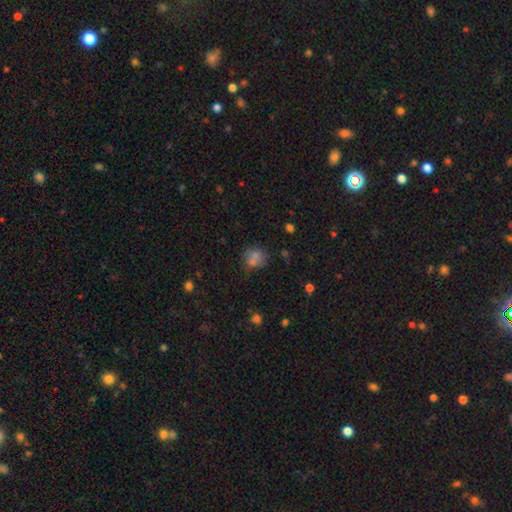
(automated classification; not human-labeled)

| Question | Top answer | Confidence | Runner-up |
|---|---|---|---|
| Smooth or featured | smooth | 63% | star or artifact (27%) |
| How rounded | round | 83% | in between (15%) |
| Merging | none | 65% | merger (19%) |